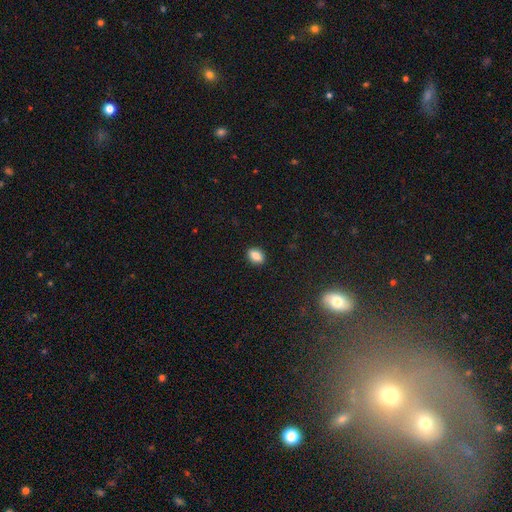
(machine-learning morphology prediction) This appears to be a smooth galaxy with no disk features (83%) that is in between round and cigar-shaped (76%). Merging: none (89%).